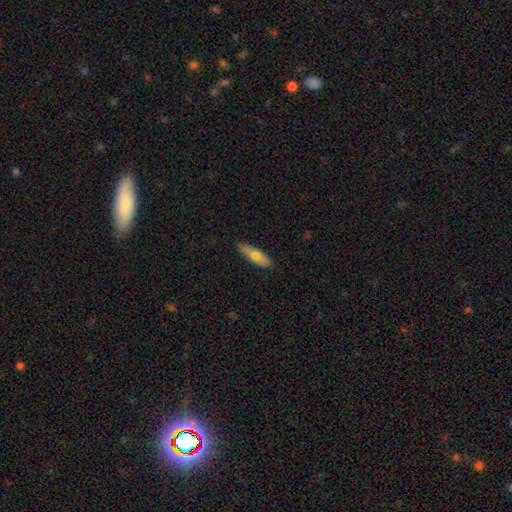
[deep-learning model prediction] smooth-or-featured: smooth: 68% | featured or disk: 26% | star or artifact: 6%
  how-rounded: cigar-shaped: 58% | in between: 40% | round: 2%
  merging: none: 83% | minor disturbance: 14% | major disturbance: 2% | merger: 1%